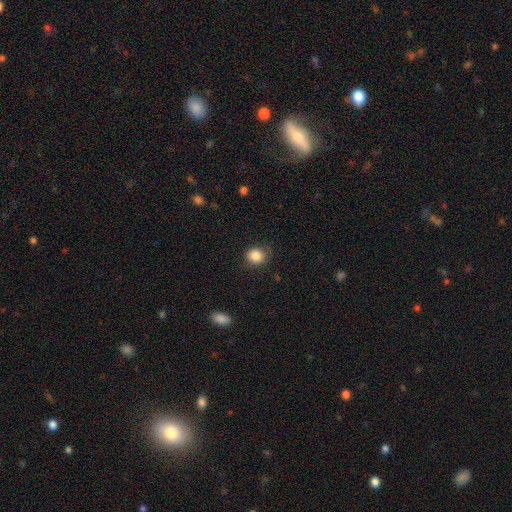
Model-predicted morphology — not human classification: This is clearly a smooth galaxy (86%). How rounded: likely round (72%). Merging: clearly none (82%).